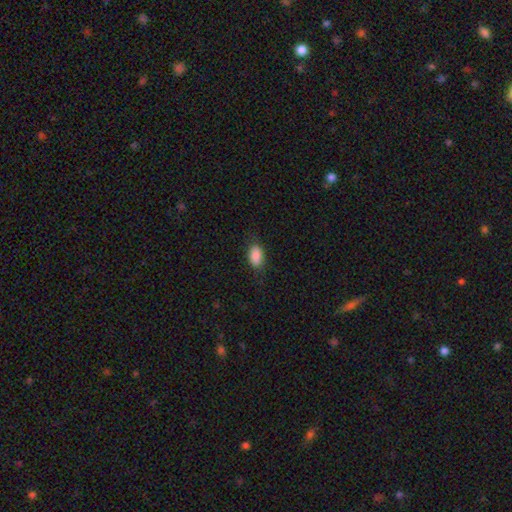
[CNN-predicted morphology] The model was most divided on "merging": none: 80%, minor disturbance: 15%, major disturbance: 4%, merger: 1%. More confident: how rounded — in between (91%); smooth or featured — smooth (88%).